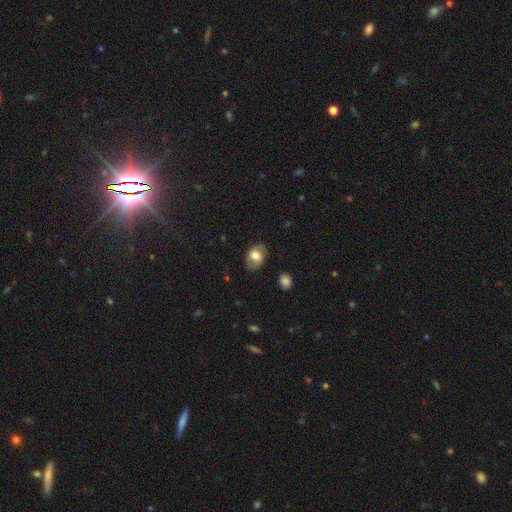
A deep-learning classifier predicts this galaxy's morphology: Smooth or featured? Predicted: smooth (p=0.68). How rounded? Predicted: in between (p=0.80). Merging? Predicted: none (p=0.75).